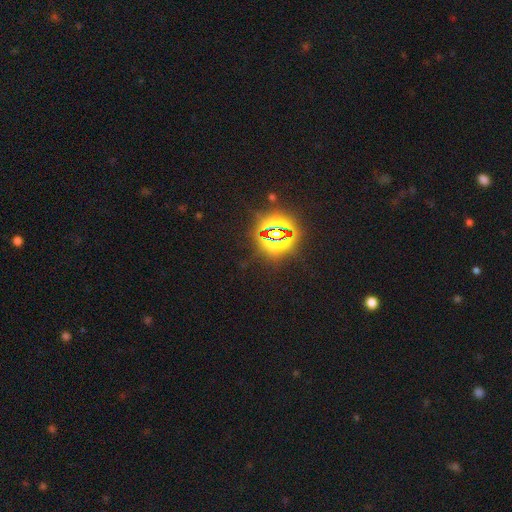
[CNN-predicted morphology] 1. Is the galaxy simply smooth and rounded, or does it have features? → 83% star or artifact, 11% smooth, 7% featured or disk.